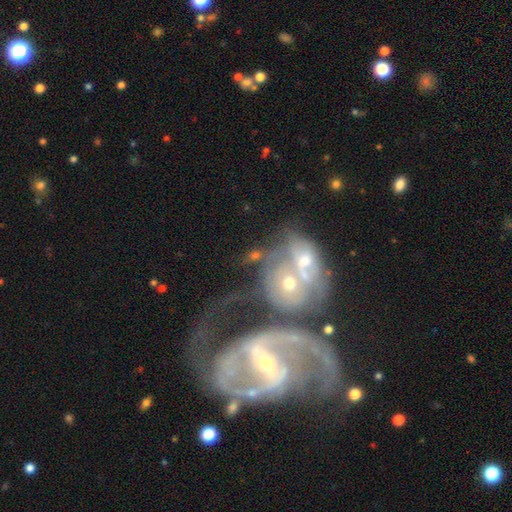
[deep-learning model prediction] Overall: featured or disk (56%; smooth 31%). Edge-on disk: no (93%). Bar: no (70%). Spiral arms: yes (60%; no 40%). Bulge size: moderate (48%; small 36%). Merging: merger (63%).